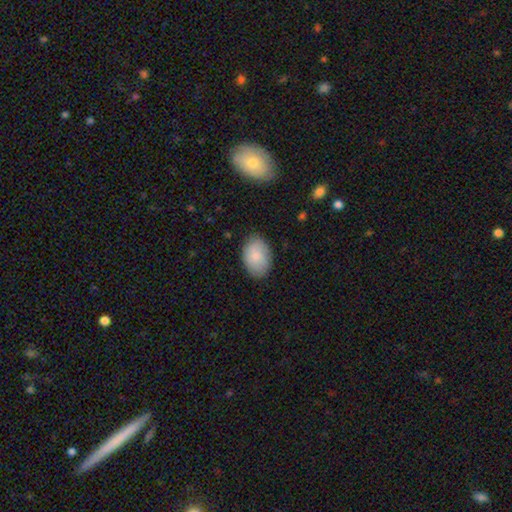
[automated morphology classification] Smooth or featured: smooth — 85% (featured or disk — 9%)
How rounded: in between — 85% (round — 14%)
Merging: none — 82% (minor disturbance — 14%)